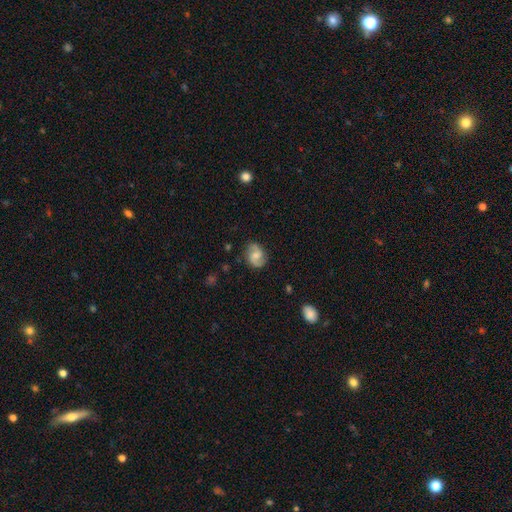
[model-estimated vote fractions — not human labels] Smooth or featured?
  - featured or disk: 65% *
  - smooth: 28%
  - star or artifact: 7%
Edge-on disk?
  - no: 98% *
  - yes: 2%
Bar?
  - no: 50% *
  - weak: 43%
  - strong: 8%
Spiral arms?
  - yes: 93% *
  - no: 7%
Spiral winding?
  - medium: 47% *
  - loose: 33%
  - tight: 20%
Spiral arm count?
  - 2: 89% *
  - can't tell: 5%
  - 1: 3%
  - 3: 1%
  - 4: 1%
  - more than 4: 1%
Bulge size?
  - moderate: 44% *
  - small: 31%
  - none: 16%
  - large: 8%
  - dominant: 2%
Merging?
  - none: 79% *
  - minor disturbance: 15%
  - major disturbance: 4%
  - merger: 1%